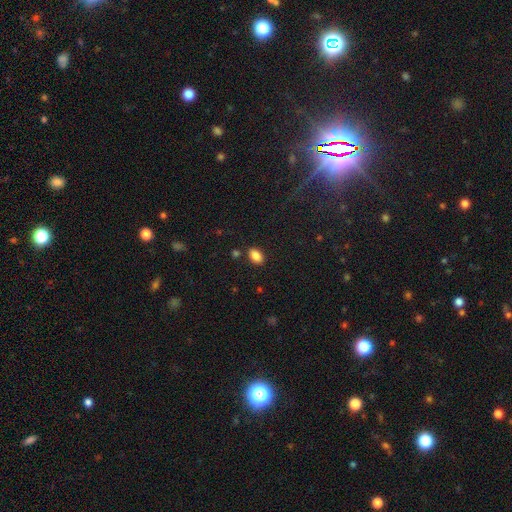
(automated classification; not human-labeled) Smooth or featured?
  - smooth: 87% *
  - star or artifact: 9%
  - featured or disk: 4%
How rounded?
  - in between: 89% *
  - round: 9%
  - cigar-shaped: 2%
Merging?
  - none: 85% *
  - minor disturbance: 9%
  - merger: 3%
  - major disturbance: 3%